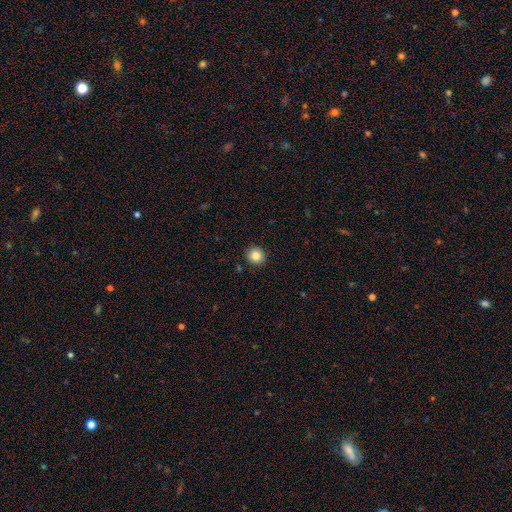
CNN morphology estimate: This appears to be a smooth galaxy with no disk features (85%) that is round (91%). Merging: none (91%).